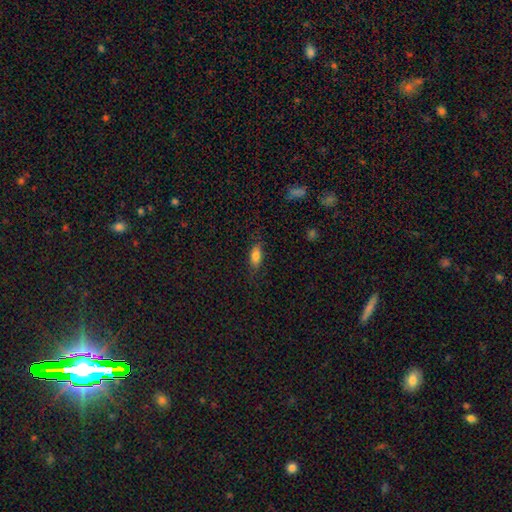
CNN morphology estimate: Smooth or featured: smooth — 81% (featured or disk — 11%)
How rounded: in between — 81% (cigar-shaped — 16%)
Merging: none — 78% (minor disturbance — 16%)